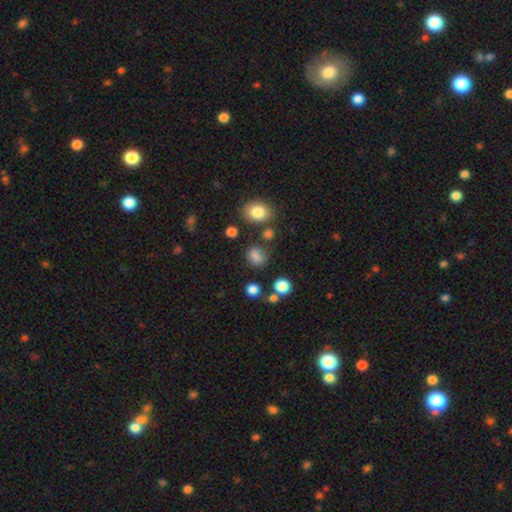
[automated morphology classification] This is likely a smooth galaxy (79%). How rounded: likely round (67%). Merging: likely none (75%).